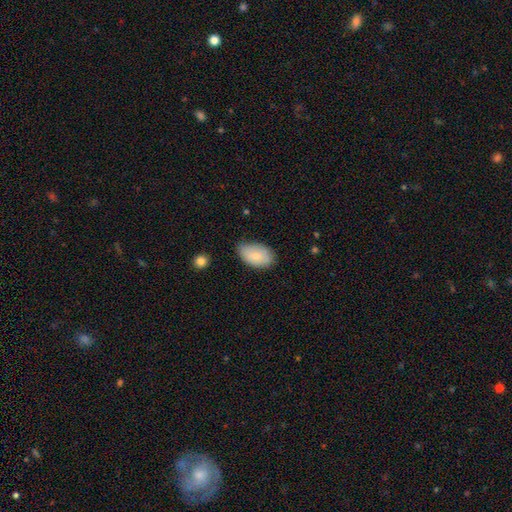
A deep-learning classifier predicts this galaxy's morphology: This appears to be a smooth galaxy with no disk features (80%) that is in between round and cigar-shaped (93%). Merging: none (65%).